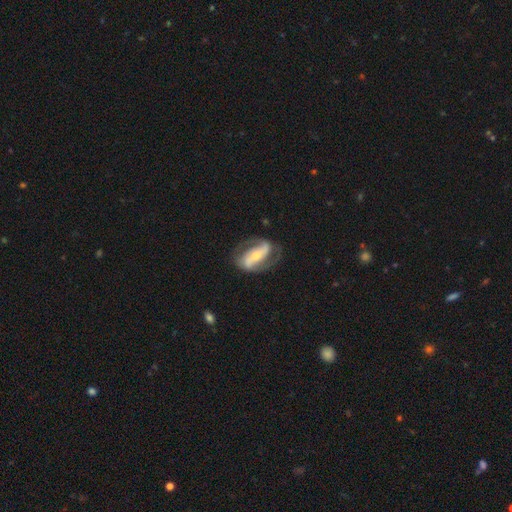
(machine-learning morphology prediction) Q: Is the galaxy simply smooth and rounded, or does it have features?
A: featured or disk — 84%.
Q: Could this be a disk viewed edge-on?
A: no — 95%.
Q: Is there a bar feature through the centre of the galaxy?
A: strong — 61%.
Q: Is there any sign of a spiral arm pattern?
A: yes — 91%.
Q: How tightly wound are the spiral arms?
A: medium — 45%.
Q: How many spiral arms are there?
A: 2 — 89%.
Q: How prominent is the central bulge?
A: small — 51%.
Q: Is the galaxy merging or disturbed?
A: none — 73%.